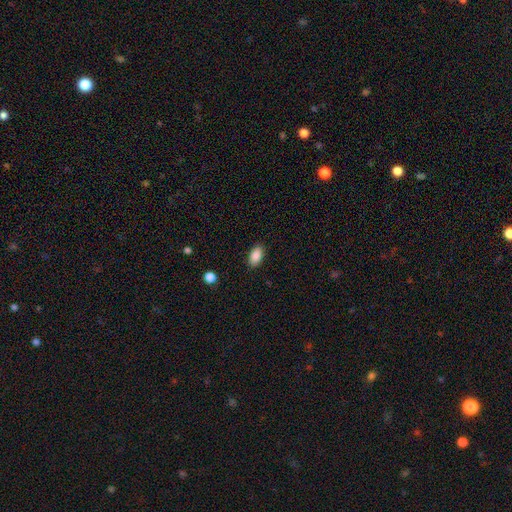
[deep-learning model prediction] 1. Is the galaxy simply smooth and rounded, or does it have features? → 88% smooth, 8% star or artifact, 4% featured or disk.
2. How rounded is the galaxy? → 93% in between, 5% round, 3% cigar-shaped.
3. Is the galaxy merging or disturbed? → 88% none, 8% minor disturbance, 2% major disturbance, 1% merger.